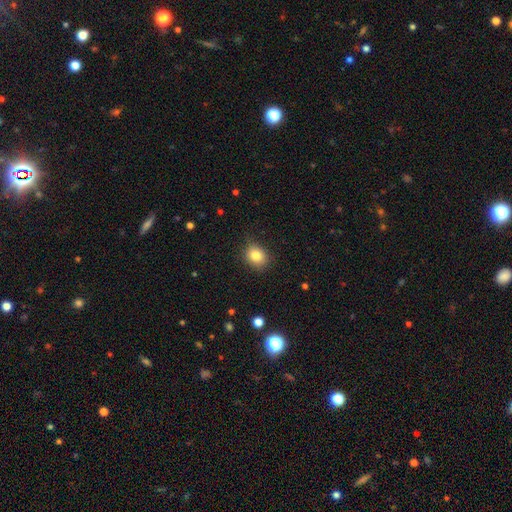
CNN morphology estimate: The model was most divided on "how rounded": round: 59%, in between: 41%, cigar-shaped: 1%. More confident: merging — none (83%); smooth or featured — smooth (82%).